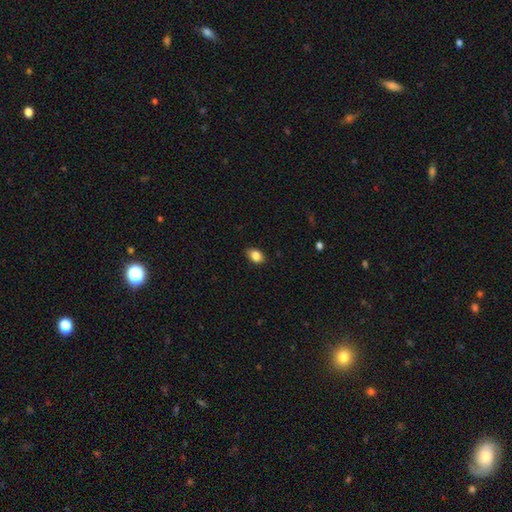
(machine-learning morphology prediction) type=smooth (85%); roundness=in between (80%); merging=none (85%).